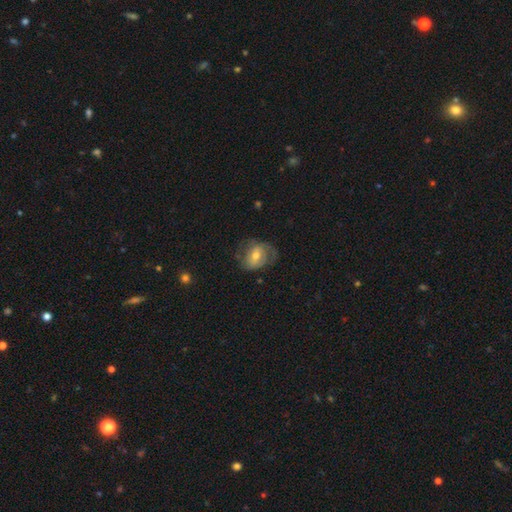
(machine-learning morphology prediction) Overall: featured or disk (57%; smooth 36%). Edge-on disk: no (96%). Bar: weak (42%; no 38%). Spiral arms: yes (73%). Bulge size: moderate (64%; small 29%). Merging: none (56%; minor disturbance 25%).